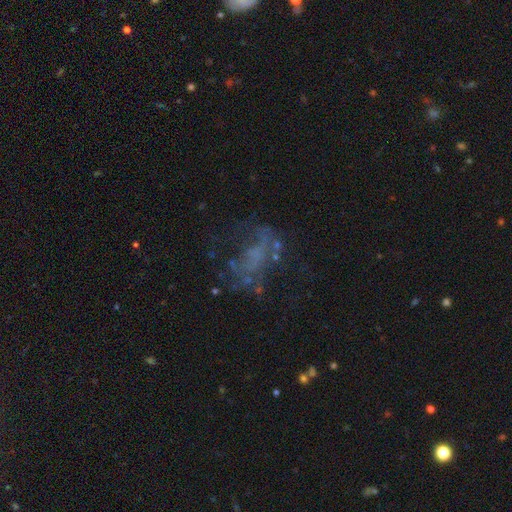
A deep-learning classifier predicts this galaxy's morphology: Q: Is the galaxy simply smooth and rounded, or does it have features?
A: featured or disk — 54%.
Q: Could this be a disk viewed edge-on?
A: no — 96%.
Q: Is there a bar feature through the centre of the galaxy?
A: no — 81%.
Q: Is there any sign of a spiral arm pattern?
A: no — 74%.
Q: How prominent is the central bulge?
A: none — 73%.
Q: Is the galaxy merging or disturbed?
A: none — 47%.